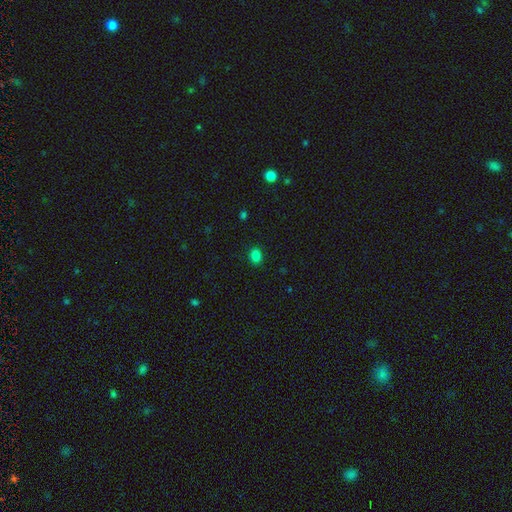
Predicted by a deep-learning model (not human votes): Smooth or featured? Predicted: smooth (p=0.83). How rounded? Predicted: in between (p=0.57). Merging? Predicted: none (p=0.89).